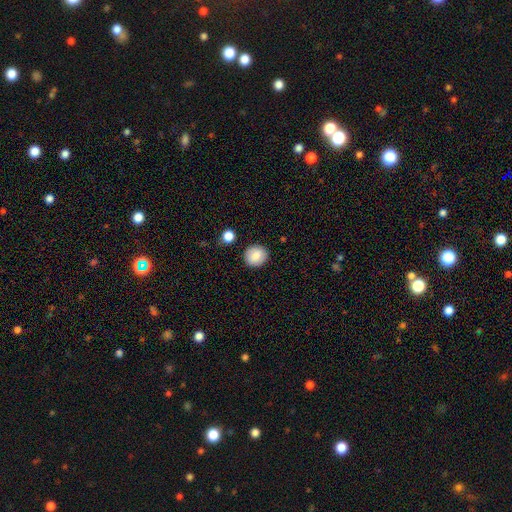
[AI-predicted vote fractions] Q: Smooth or featured?
A: smooth (81%); runner-up: featured or disk (11%)
Q: How rounded?
A: round (87%); runner-up: in between (12%)
Q: Merging?
A: none (87%); runner-up: minor disturbance (8%)